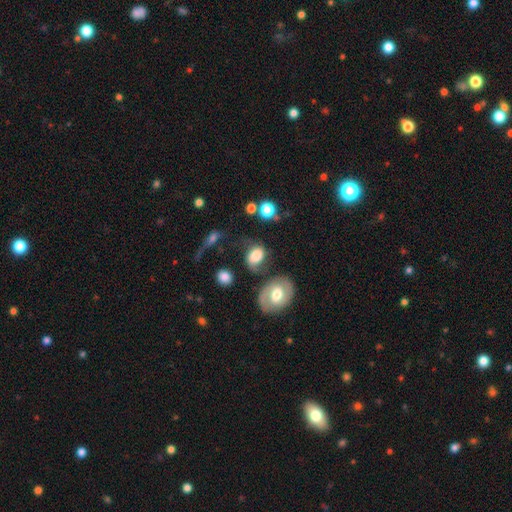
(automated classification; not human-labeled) This is likely a smooth galaxy (61%). How rounded: likely in between (60%). Merging: possibly none (47%).